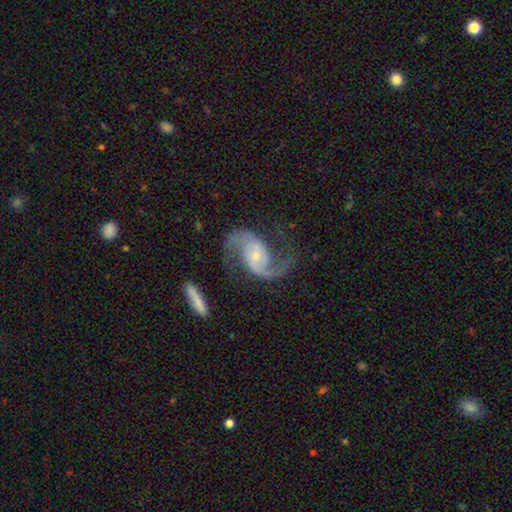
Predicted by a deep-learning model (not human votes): Smooth or featured? Predicted: featured or disk (p=0.92). Edge-on disk? Predicted: no (p=0.98). Bar? Predicted: no (p=0.56). Spiral arms? Predicted: yes (p=0.98). Spiral winding? Predicted: loose (p=0.48). Spiral arm count? Predicted: 2 (p=0.93). Bulge size? Predicted: small (p=0.64). Merging? Predicted: none (p=0.69).